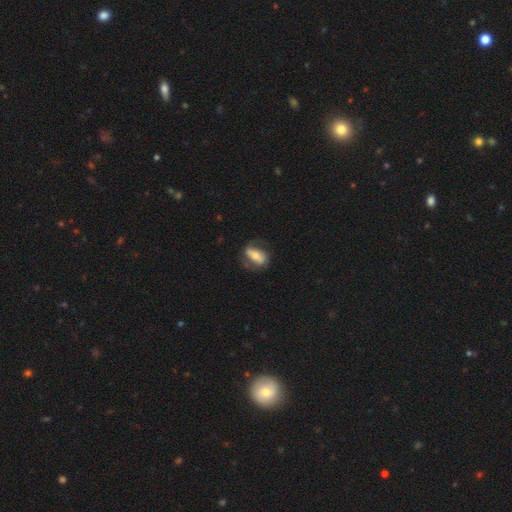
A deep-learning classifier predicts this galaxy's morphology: This appears to be a smooth galaxy with no disk features (48%). Merging: none (64%).